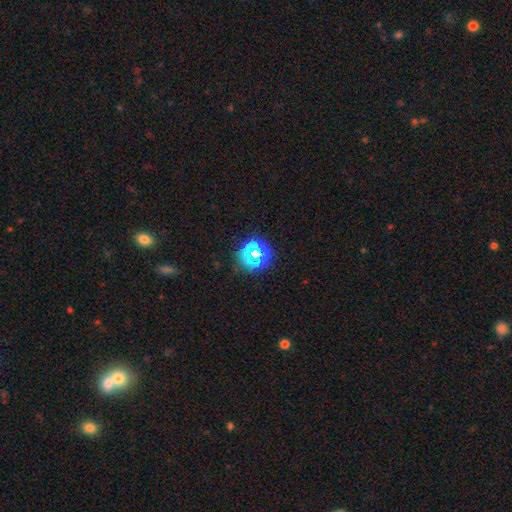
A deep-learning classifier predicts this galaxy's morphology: Q: Smooth or featured?
A: star or artifact (62%); runner-up: smooth (28%)